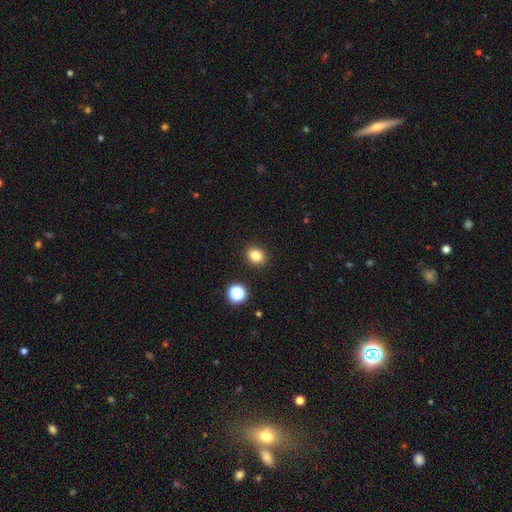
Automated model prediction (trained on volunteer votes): Smooth or featured: smooth — 82% (star or artifact — 13%)
How rounded: round — 62% (in between — 37%)
Merging: none — 90% (minor disturbance — 6%)